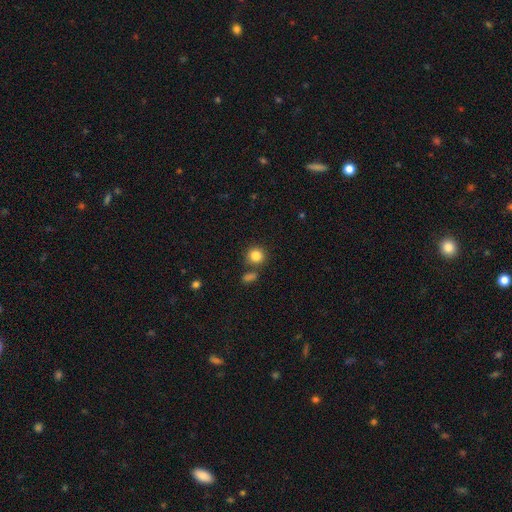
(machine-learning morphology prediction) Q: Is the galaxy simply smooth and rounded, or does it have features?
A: smooth — 84%.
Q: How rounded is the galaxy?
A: round — 88%.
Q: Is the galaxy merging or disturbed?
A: none — 74%.